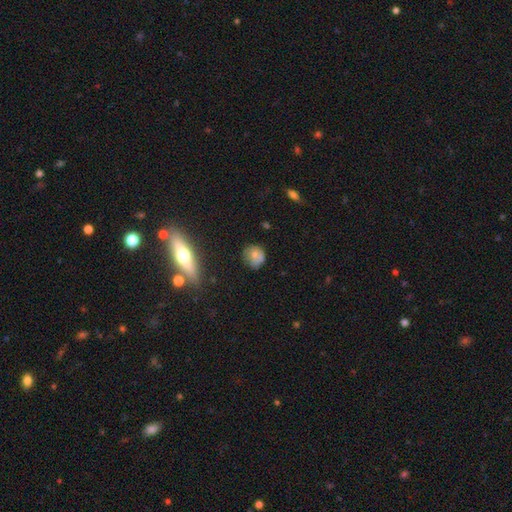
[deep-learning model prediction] This appears to be a smooth galaxy with no disk features (65%) that is round (80%). Merging: none (61%).